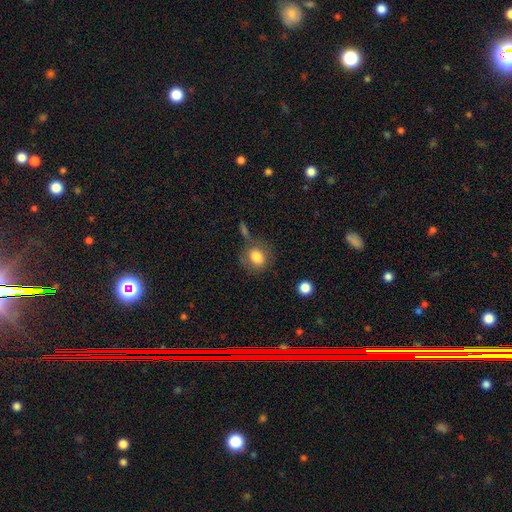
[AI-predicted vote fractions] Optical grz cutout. It shows a smooth galaxy with no disk features (82%) that is round (66%). Merging: none (65%).